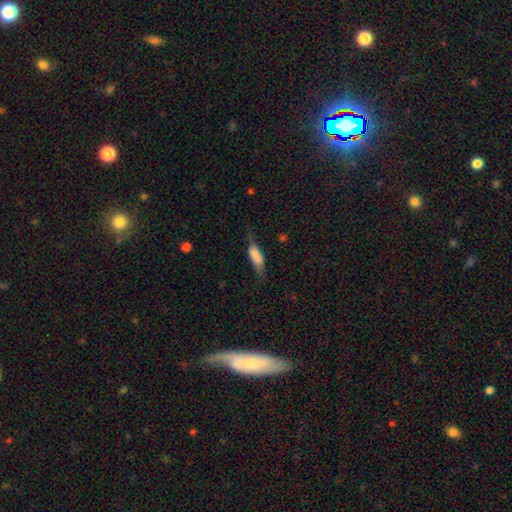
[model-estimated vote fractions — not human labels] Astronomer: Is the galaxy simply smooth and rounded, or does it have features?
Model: smooth — 70%.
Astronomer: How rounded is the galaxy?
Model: in between — 55% (runner-up: cigar-shaped, 42%).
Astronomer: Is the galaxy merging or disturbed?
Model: none — 50% (runner-up: minor disturbance, 31%).